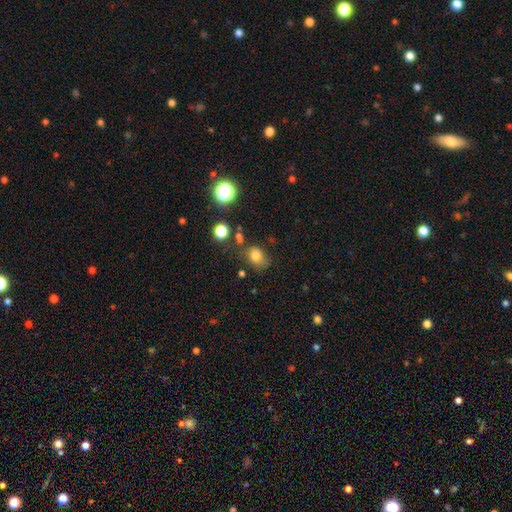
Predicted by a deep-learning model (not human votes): smooth_or_featured: smooth (p=0.77) [alt: star or artifact p=0.14]
how_rounded: in between (p=0.61) [alt: round p=0.37]
merging: none (p=0.59) [alt: minor disturbance p=0.25]